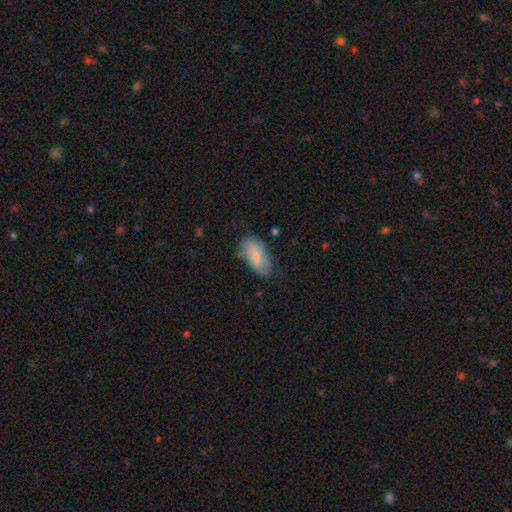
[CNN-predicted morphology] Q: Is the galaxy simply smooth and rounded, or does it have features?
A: smooth — 70%.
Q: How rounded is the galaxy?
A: in between — 93%.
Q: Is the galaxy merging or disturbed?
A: none — 69%.